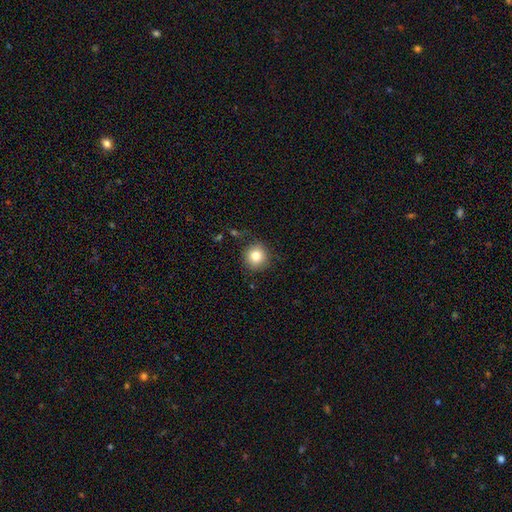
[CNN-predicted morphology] A smooth galaxy with no disk features (81%) that is round (92%).

Vote fractions:
- Smooth or featured? smooth: 81% / star or artifact: 11% / featured or disk: 9%
- How rounded? round: 92% / in between: 7% / cigar-shaped: 1%
- Merging? none: 85% / minor disturbance: 11% / major disturbance: 3% / merger: 2%